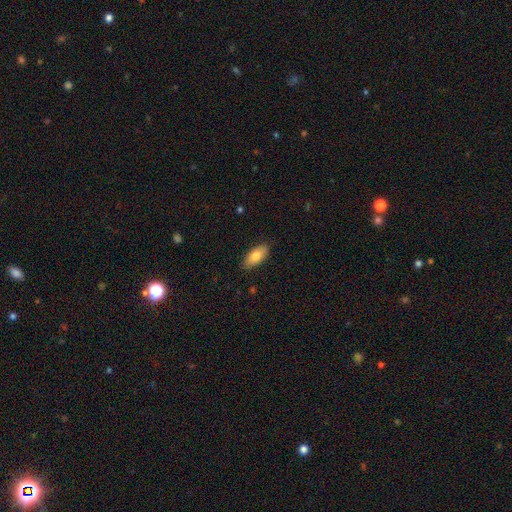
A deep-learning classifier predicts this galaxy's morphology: The model was most divided on "smooth or featured": smooth: 81%, featured or disk: 13%, star or artifact: 6%. More confident: how rounded — in between (89%); merging — none (85%).